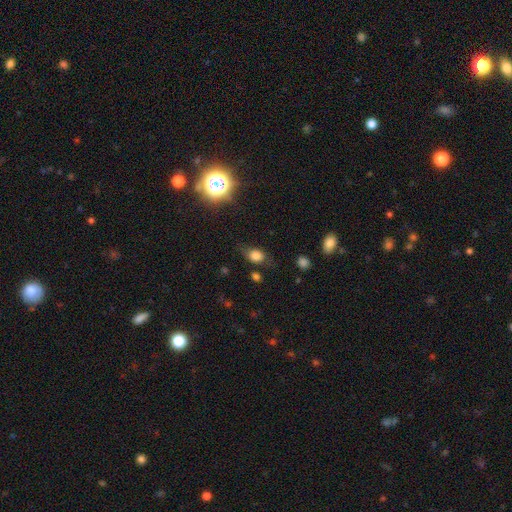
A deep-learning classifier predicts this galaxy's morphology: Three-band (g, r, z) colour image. It shows a smooth galaxy with no disk features (73%) that is in between round and cigar-shaped (68%). Merging: none (64%).